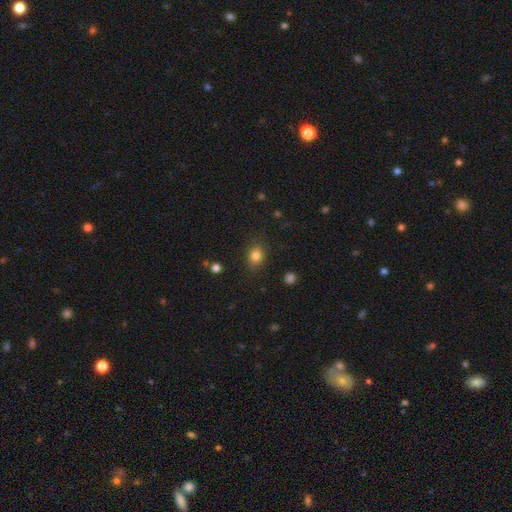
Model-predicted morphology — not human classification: Smooth or featured? smooth (82%)
How rounded? in between (55%)
Merging? none (83%)